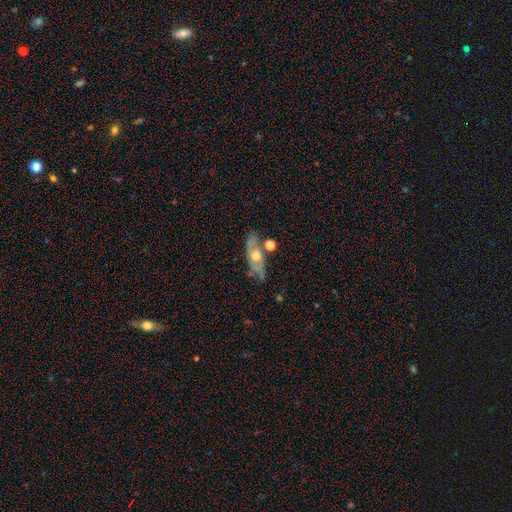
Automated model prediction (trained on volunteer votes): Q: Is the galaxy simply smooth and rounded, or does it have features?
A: featured or disk — 61%.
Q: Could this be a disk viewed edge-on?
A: no — 67%.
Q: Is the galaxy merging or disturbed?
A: none — 67%.